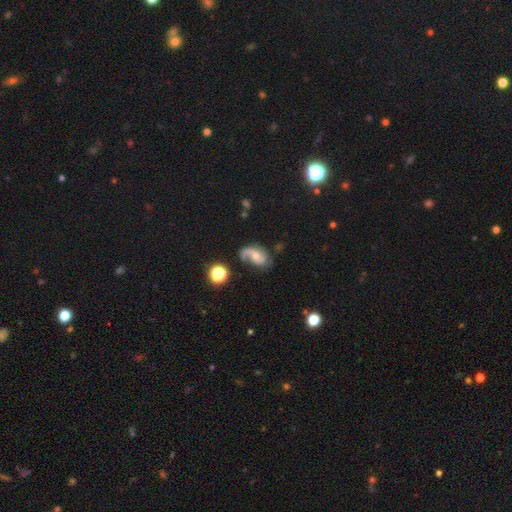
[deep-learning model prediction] The model was most divided on "bulge size": moderate: 47%, small: 44%, none: 5%, large: 3%, dominant: 1%. Remaining: edge-on disk — no (97%); spiral arms — yes (93%); smooth or featured — featured or disk (77%); spiral arm count — 2 (63%); bar — no (58%); merging — none (56%); spiral winding — loose (46%).